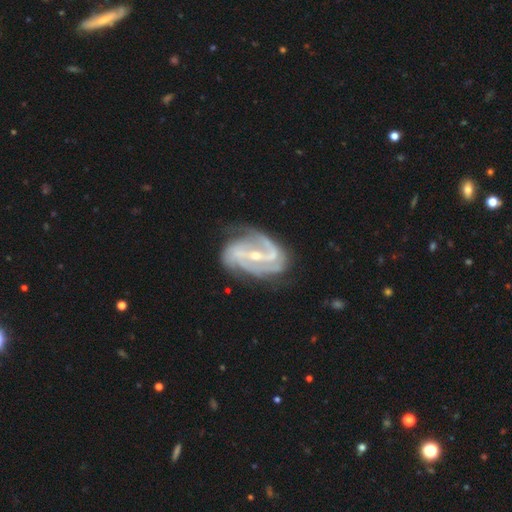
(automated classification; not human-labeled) The model was most divided on "spiral winding": medium: 50%, tight: 30%, loose: 19%. More confident: spiral arms — yes (98%); edge-on disk — no (97%); smooth or featured — featured or disk (92%); merging — none (64%); bulge size — small (62%); bar — strong (57%); spiral arm count — 2 (51%).